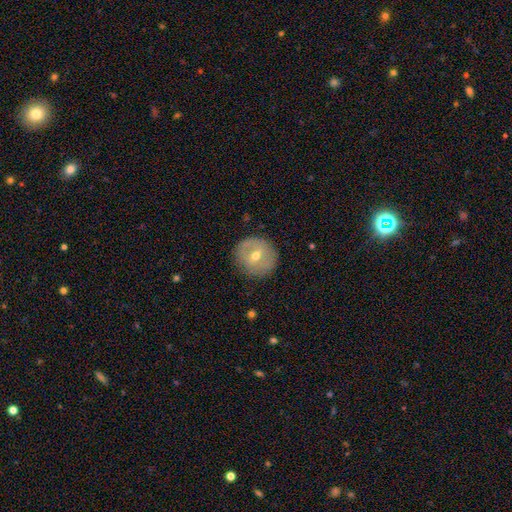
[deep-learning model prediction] featured or disk 49%, smooth 43%, star or artifact 8%. Down the decision tree: merging — none (85%).